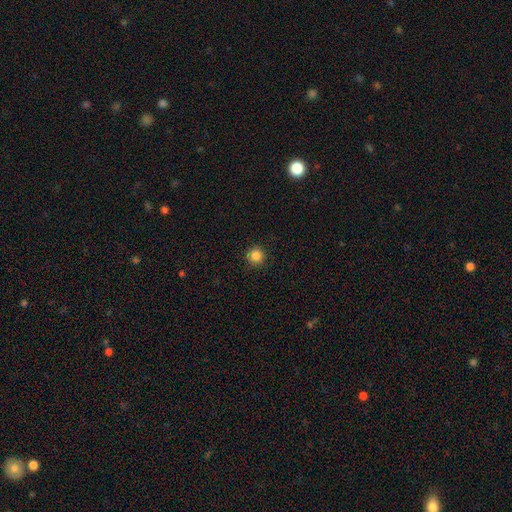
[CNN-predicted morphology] Smooth or featured? Predicted: smooth (p=0.85). How rounded? Predicted: round (p=0.95). Merging? Predicted: none (p=0.91).